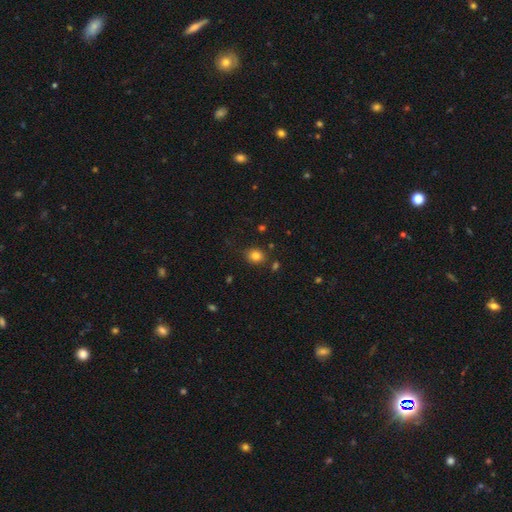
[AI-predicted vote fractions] Morphology: type=smooth (81%); roundness=round (58%); merging=none (82%).